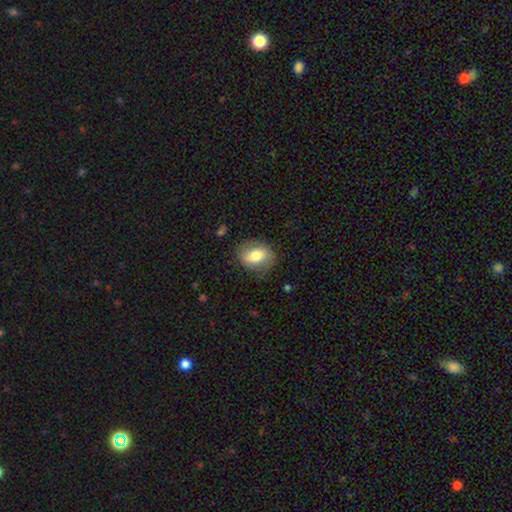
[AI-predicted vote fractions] A smooth galaxy with no disk features (69%) that is in between round and cigar-shaped (65%). Merging: none (79%).